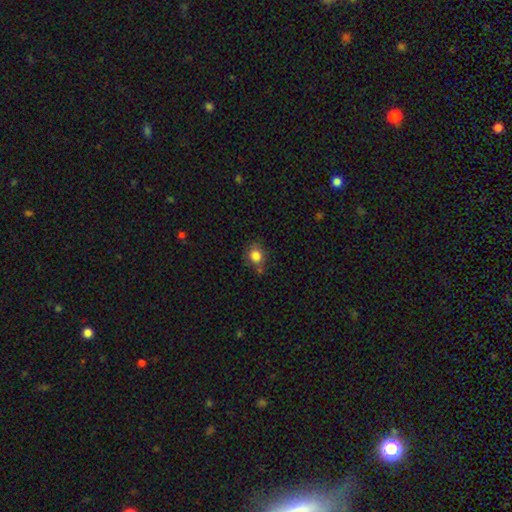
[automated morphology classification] Smooth or featured? Predicted: smooth (p=0.83). How rounded? Predicted: round (p=0.70). Merging? Predicted: none (p=0.66).